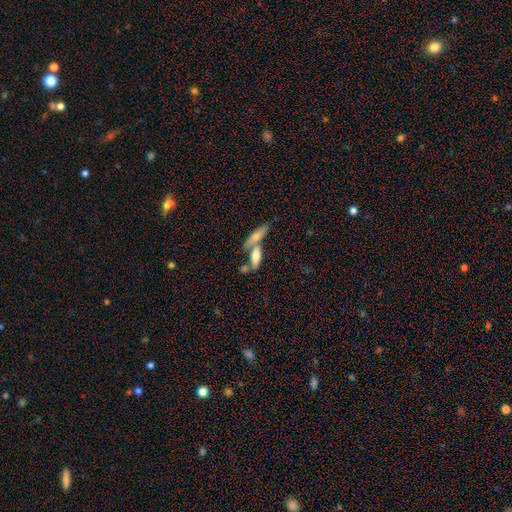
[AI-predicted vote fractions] Q: Smooth or featured?
A: smooth (66%); runner-up: featured or disk (27%)
Q: How rounded?
A: in between (57%); runner-up: cigar-shaped (40%)
Q: Merging?
A: merger (51%); runner-up: none (35%)